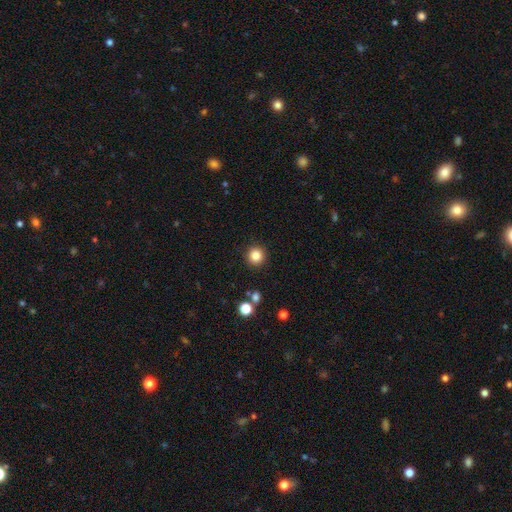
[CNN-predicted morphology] Overall: smooth (84%). How rounded: round (95%). Merging: none (91%).